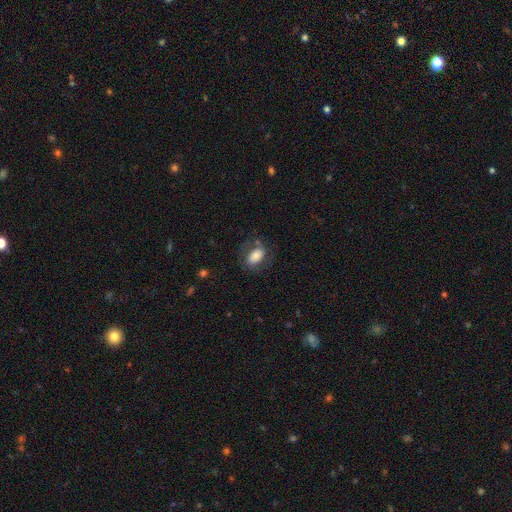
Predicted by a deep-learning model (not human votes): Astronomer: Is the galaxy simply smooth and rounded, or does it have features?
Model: smooth — 71%.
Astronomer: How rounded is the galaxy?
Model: in between — 88%.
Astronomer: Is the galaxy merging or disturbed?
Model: none — 64%.